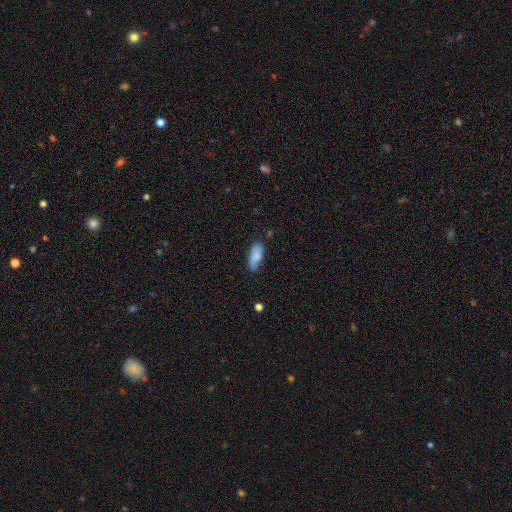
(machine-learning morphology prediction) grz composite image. It shows a smooth galaxy with no disk features (78%) that is in between round and cigar-shaped (76%). Merging: none (60%).